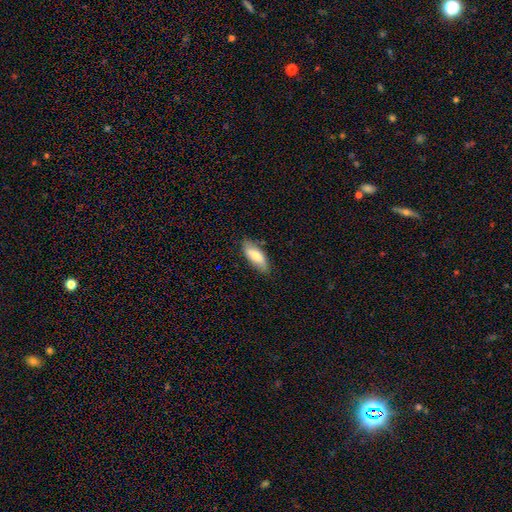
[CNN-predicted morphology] Q: Smooth or featured?
A: smooth (75%); runner-up: featured or disk (19%)
Q: How rounded?
A: in between (76%); runner-up: cigar-shaped (22%)
Q: Merging?
A: none (77%); runner-up: minor disturbance (19%)